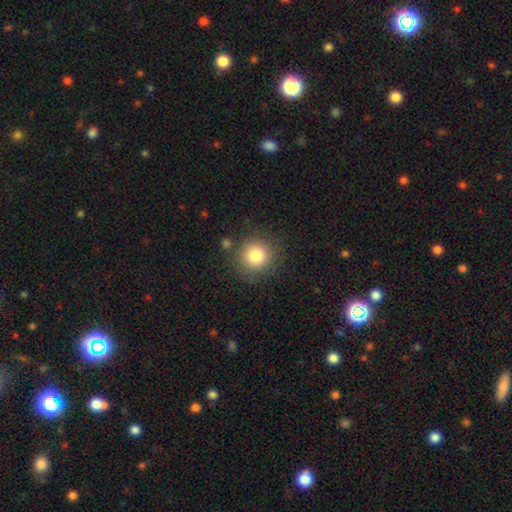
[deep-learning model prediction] Smooth or featured? Predicted: smooth (p=0.83). How rounded? Predicted: round (p=0.93). Merging? Predicted: none (p=0.83).